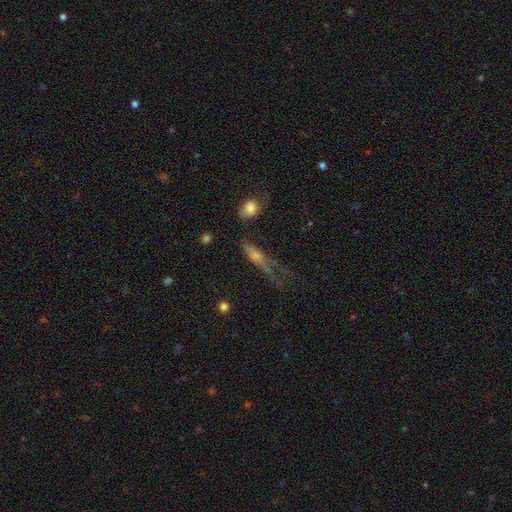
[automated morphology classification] smooth_or_featured: smooth (p=0.44) [alt: featured or disk p=0.41]
merging: none (p=0.40) [alt: major disturbance p=0.29]